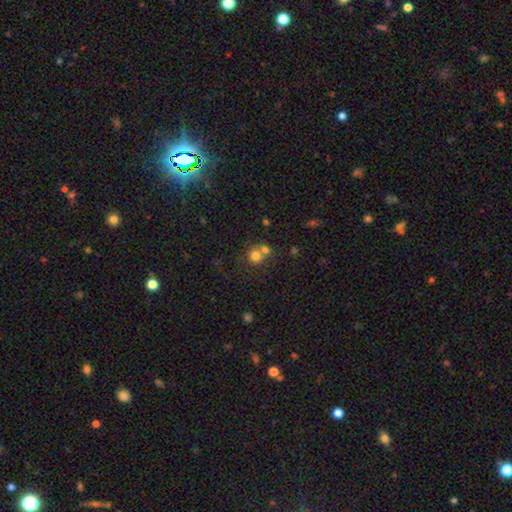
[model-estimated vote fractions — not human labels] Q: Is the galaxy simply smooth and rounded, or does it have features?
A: smooth — 76%.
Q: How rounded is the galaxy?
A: round — 85%.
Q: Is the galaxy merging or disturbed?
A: merger — 45%.